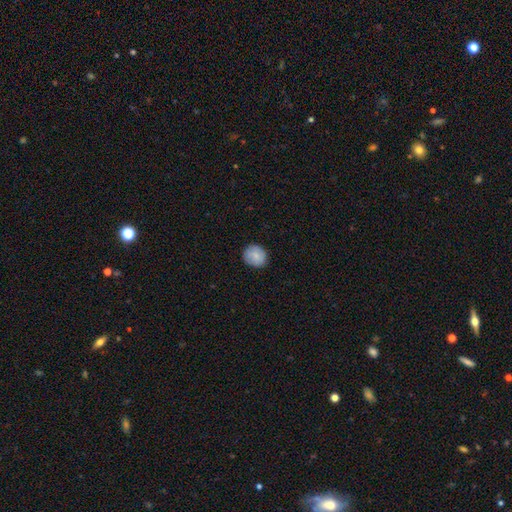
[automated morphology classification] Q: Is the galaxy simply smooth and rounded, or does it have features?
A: smooth — 83%.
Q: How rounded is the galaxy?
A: round — 82%.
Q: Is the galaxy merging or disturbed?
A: none — 86%.